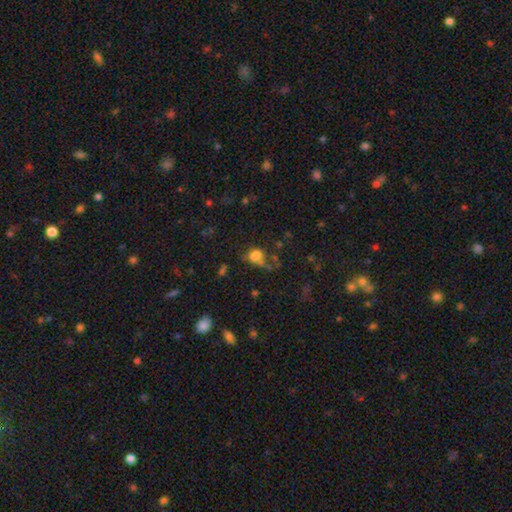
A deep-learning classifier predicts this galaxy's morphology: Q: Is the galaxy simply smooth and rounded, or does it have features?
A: smooth — 72%.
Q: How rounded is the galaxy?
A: round — 53%.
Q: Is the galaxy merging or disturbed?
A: none — 40%.